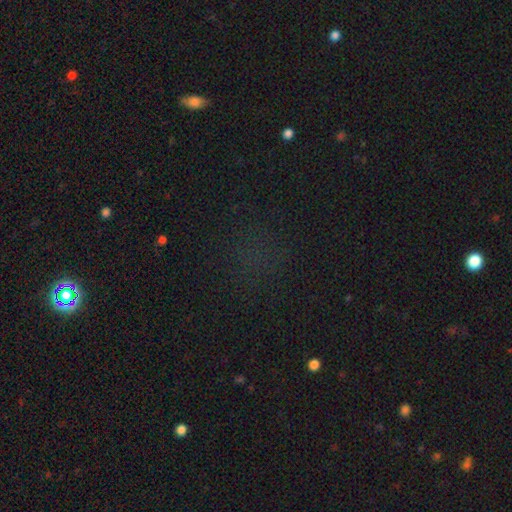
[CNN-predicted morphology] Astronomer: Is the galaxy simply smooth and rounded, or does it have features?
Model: star or artifact — 64%.